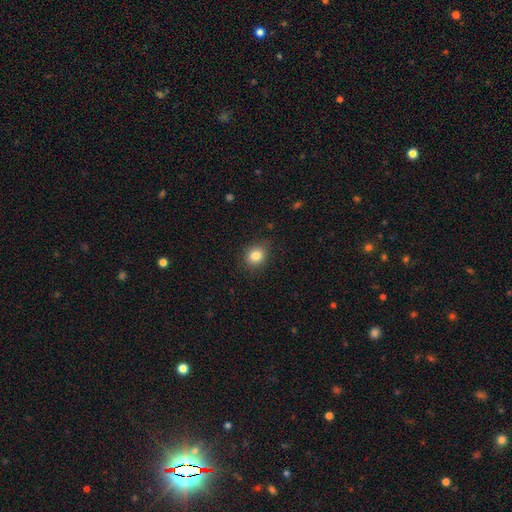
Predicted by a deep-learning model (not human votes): Smooth or featured? Predicted: smooth (p=0.83). How rounded? Predicted: round (p=0.66). Merging? Predicted: none (p=0.82).